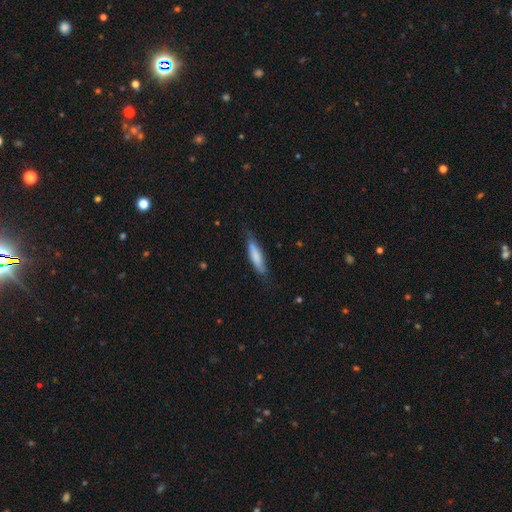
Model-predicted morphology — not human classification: Smooth or featured: smooth — 73% (featured or disk — 21%)
How rounded: cigar-shaped — 79% (in between — 19%)
Merging: none — 72% (minor disturbance — 22%)